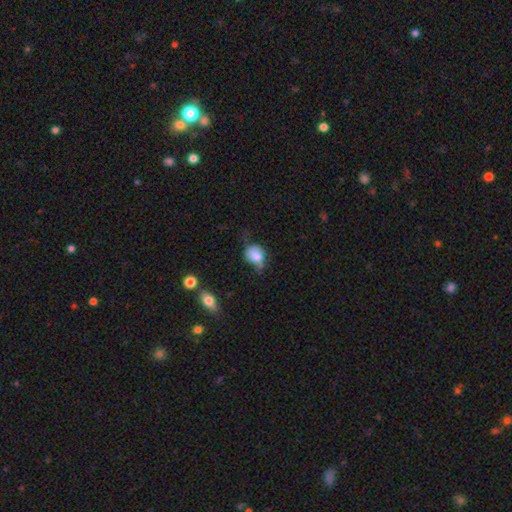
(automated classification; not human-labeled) The model was most divided on "how rounded": in between: 52%, round: 46%, cigar-shaped: 1%. Remaining: smooth or featured — smooth (72%); merging — minor disturbance (36%).